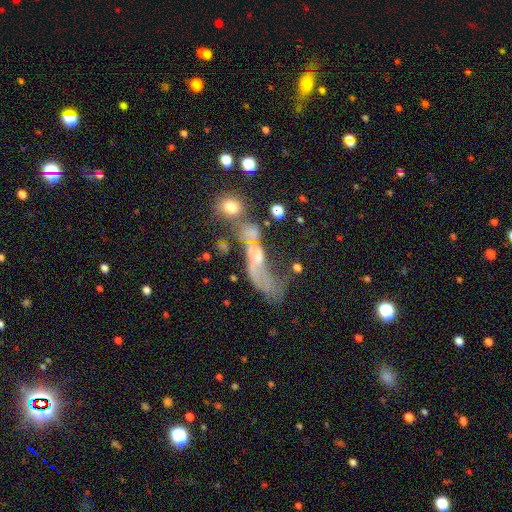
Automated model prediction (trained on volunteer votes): The model was most divided on "merging": major disturbance: 39%, merger: 35%, none: 16%, minor disturbance: 10%. More confident: edge-on disk — no (81%); smooth or featured — featured or disk (50%).